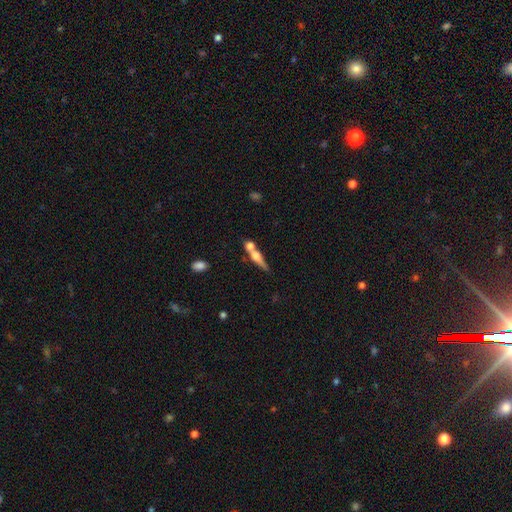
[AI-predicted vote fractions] This is possibly a featured or disk galaxy (49%). Merging: marginally merger (42%).